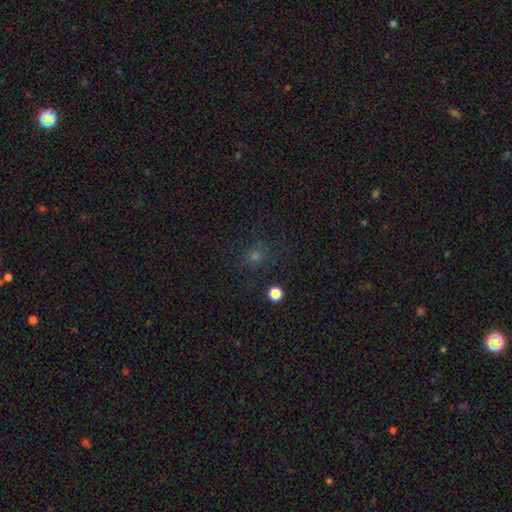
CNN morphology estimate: A smooth galaxy with no disk features (62%) that is round (85%). Merging: none (80%).